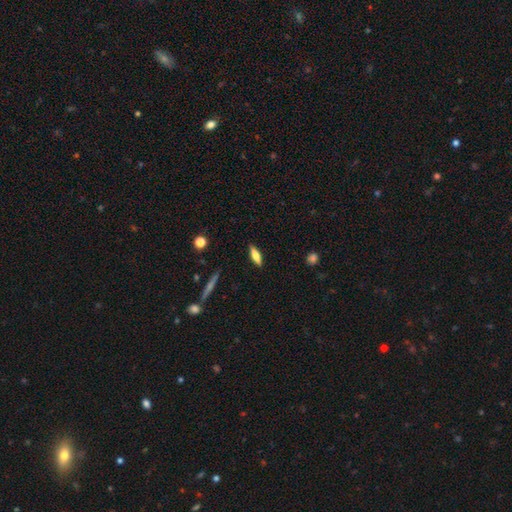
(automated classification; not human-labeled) Overall: smooth (67%). How rounded: cigar-shaped (56%; in between 42%). Merging: none (88%).